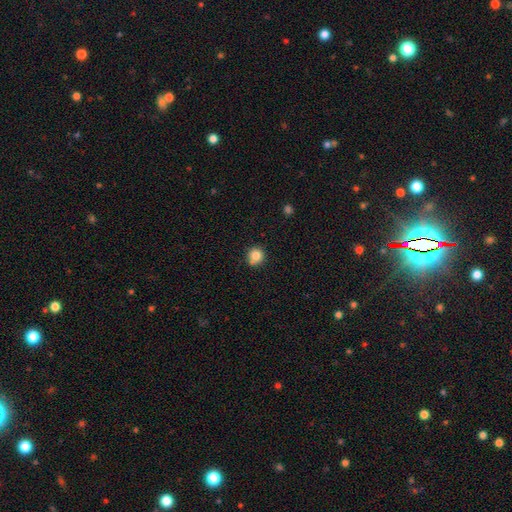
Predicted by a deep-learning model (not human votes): Morphology: type=smooth (83%); roundness=round (92%); merging=none (72%).